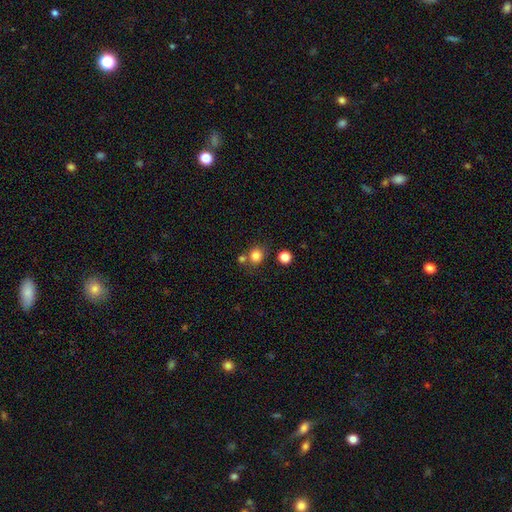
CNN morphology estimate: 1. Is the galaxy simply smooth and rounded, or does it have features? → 83% smooth, 12% star or artifact, 5% featured or disk.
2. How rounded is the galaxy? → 84% round, 15% in between, 1% cigar-shaped.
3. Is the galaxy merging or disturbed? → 69% none, 17% merger, 10% minor disturbance, 4% major disturbance.